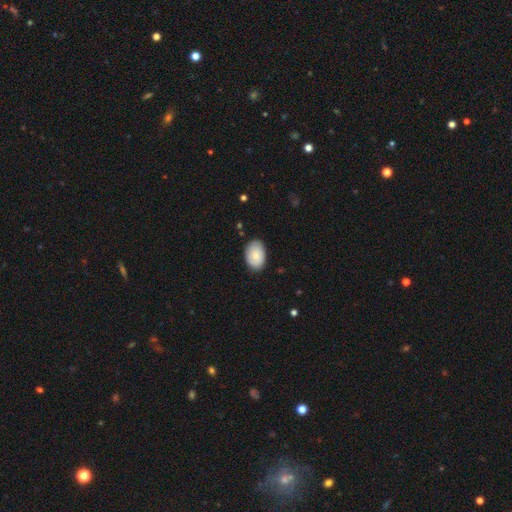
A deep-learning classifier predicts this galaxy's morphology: This is likely a smooth galaxy (78%). How rounded: clearly in between (84%). Merging: likely none (79%).